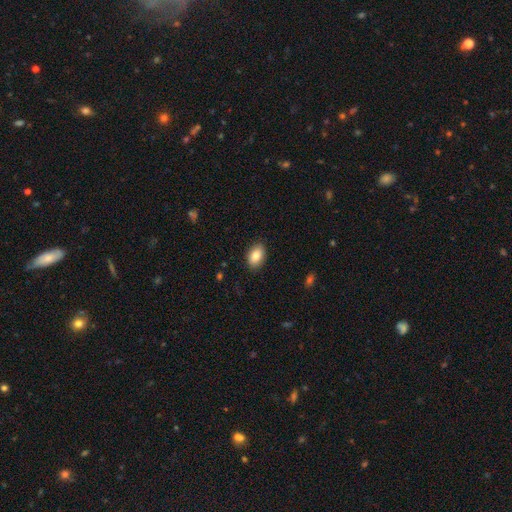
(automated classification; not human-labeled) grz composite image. It shows a smooth galaxy with no disk features (86%) that is in between round and cigar-shaped (89%). Merging: none (87%).